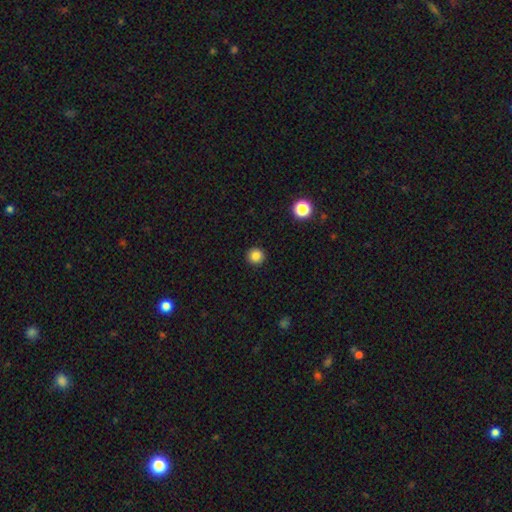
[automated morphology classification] A smooth galaxy with no disk features (85%) that is round (94%). Merging: none (92%).